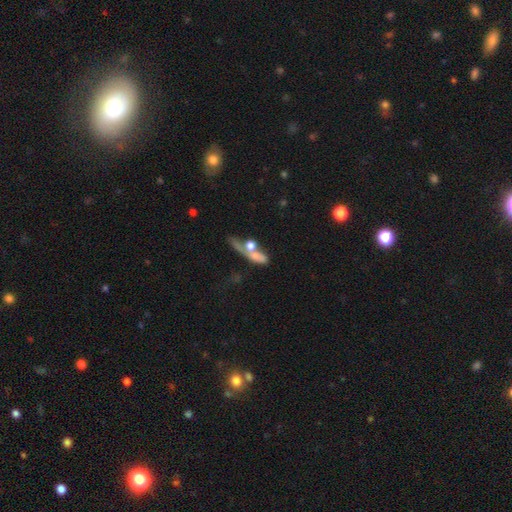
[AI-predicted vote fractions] A smooth galaxy with no disk features (54%) that is in between round and cigar-shaped (48%). Merging: merger (49%).